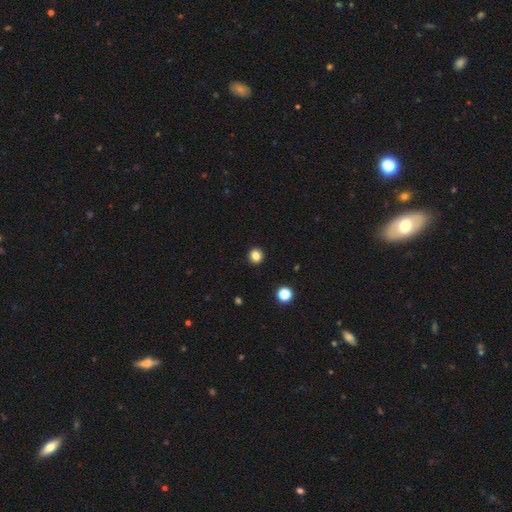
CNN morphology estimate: This appears to be a smooth galaxy with no disk features (84%) that is round (90%). Merging: none (93%).